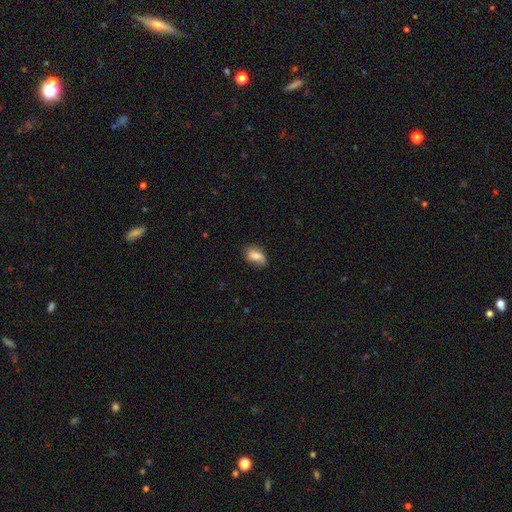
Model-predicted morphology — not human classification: This is likely a smooth galaxy (79%). How rounded: clearly in between (87%). Merging: likely none (63%).